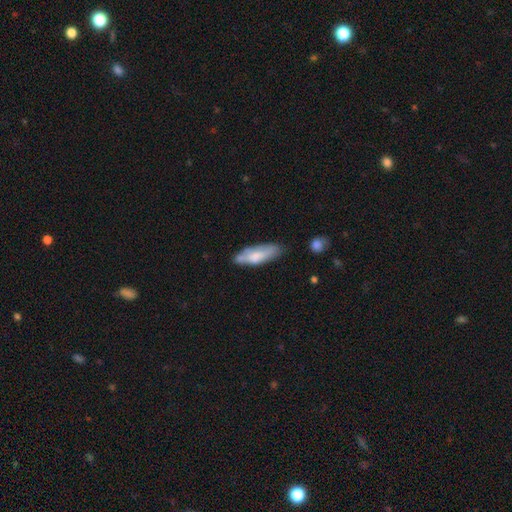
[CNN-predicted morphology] Smooth or featured?
  - smooth: 65% *
  - featured or disk: 29%
  - star or artifact: 6%
How rounded?
  - in between: 57% *
  - cigar-shaped: 41%
  - round: 2%
Merging?
  - none: 55% *
  - minor disturbance: 29%
  - major disturbance: 8%
  - merger: 8%